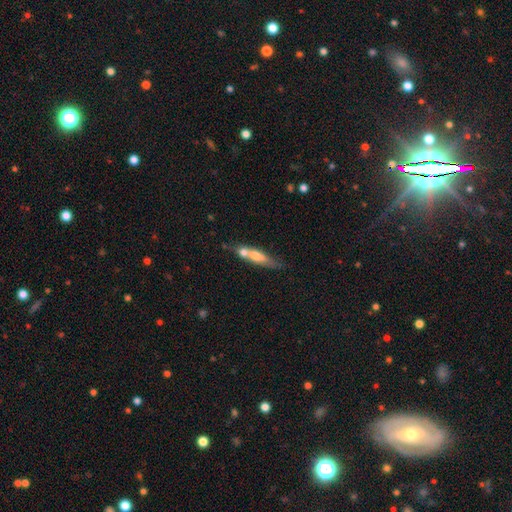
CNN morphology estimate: smooth_or_featured: smooth (p=0.55) [alt: featured or disk p=0.38]
how_rounded: cigar-shaped (p=0.70) [alt: in between p=0.27]
merging: none (p=0.44) [alt: merger p=0.35]